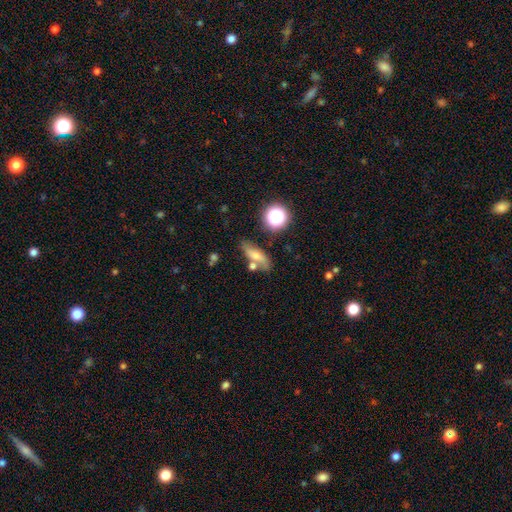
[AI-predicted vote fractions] Smooth or featured?
  - smooth: 55% *
  - featured or disk: 31%
  - star or artifact: 14%
How rounded?
  - in between: 59% *
  - cigar-shaped: 28%
  - round: 13%
Merging?
  - none: 58% *
  - minor disturbance: 19%
  - merger: 14%
  - major disturbance: 8%